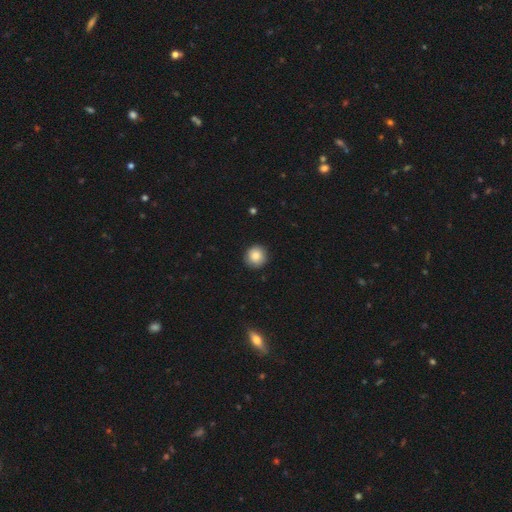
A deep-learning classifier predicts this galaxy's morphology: smooth 84%, star or artifact 9%, featured or disk 7%. Down the decision tree: how rounded — round (94%); merging — none (89%).